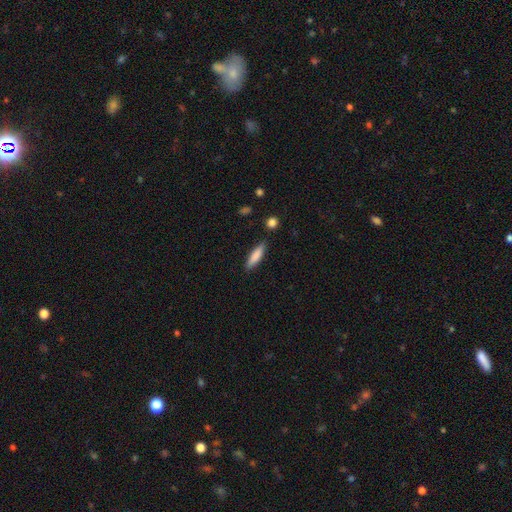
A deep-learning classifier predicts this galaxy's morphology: smooth-or-featured: smooth: 81% | featured or disk: 13% | star or artifact: 6%
  how-rounded: cigar-shaped: 70% | in between: 28% | round: 2%
  merging: none: 85% | minor disturbance: 10% | merger: 2% | major disturbance: 2%